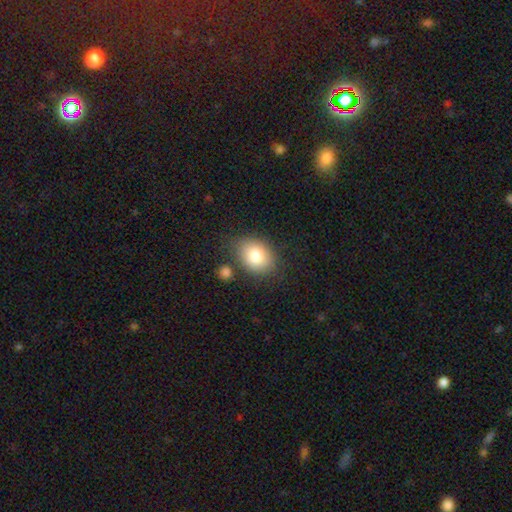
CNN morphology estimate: Smooth or featured: smooth — 81% (featured or disk — 11%)
How rounded: in between — 63% (round — 36%)
Merging: none — 73% (minor disturbance — 15%)